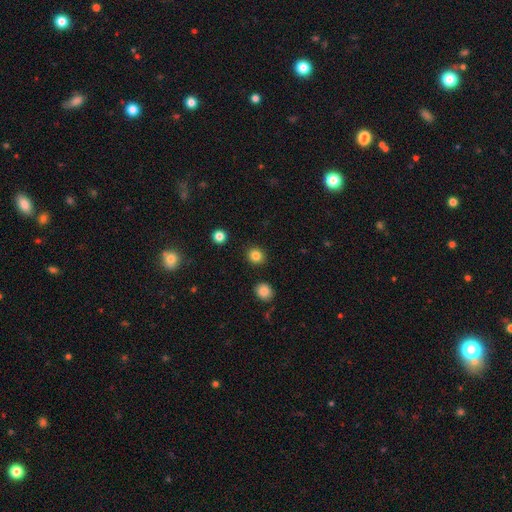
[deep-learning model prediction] Smooth or featured: smooth — 84% (star or artifact — 11%)
How rounded: round — 86% (in between — 13%)
Merging: none — 91% (minor disturbance — 5%)